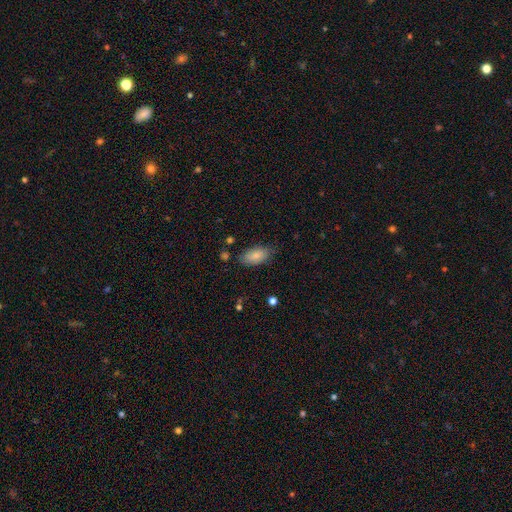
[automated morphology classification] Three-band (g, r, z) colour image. It shows a smooth galaxy with no disk features (84%) that is in between round and cigar-shaped (93%). Merging: none (77%).